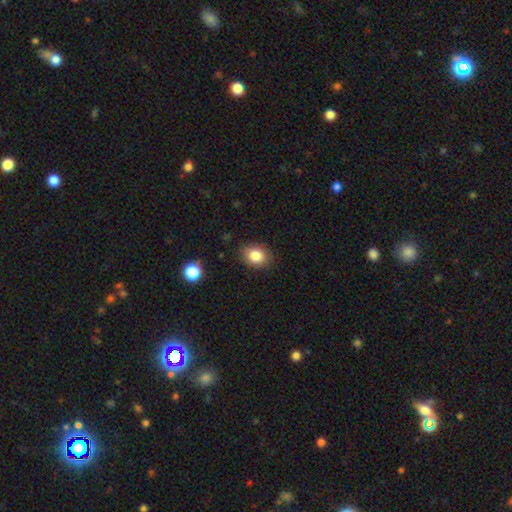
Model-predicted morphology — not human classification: type=smooth (84%); roundness=in between (51%); merging=none (84%).